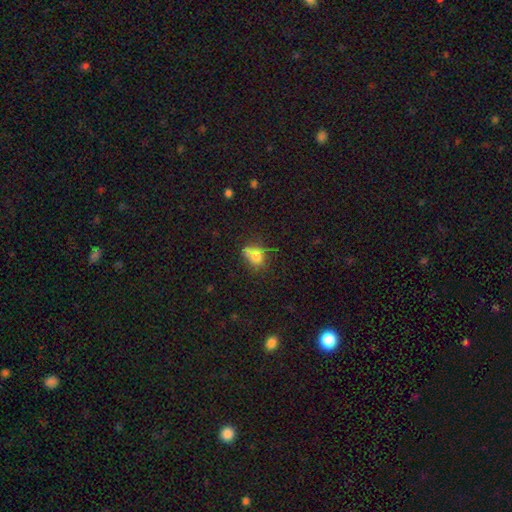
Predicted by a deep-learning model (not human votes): Smooth or featured? Predicted: smooth (p=0.73). How rounded? Predicted: in between (p=0.49, tied with round). Merging? Predicted: none (p=0.41).